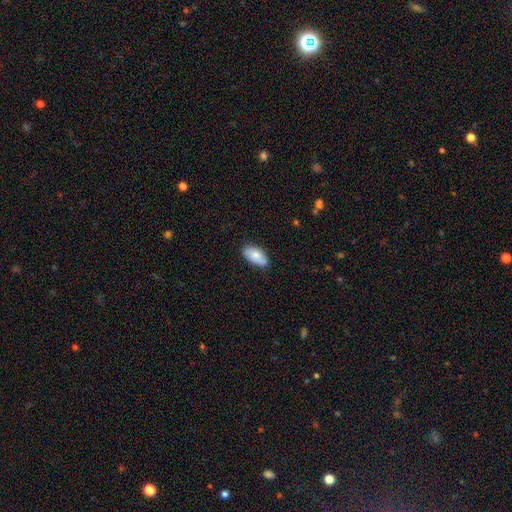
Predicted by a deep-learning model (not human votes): Morphology: type=smooth (80%); roundness=in between (93%); merging=none (80%).